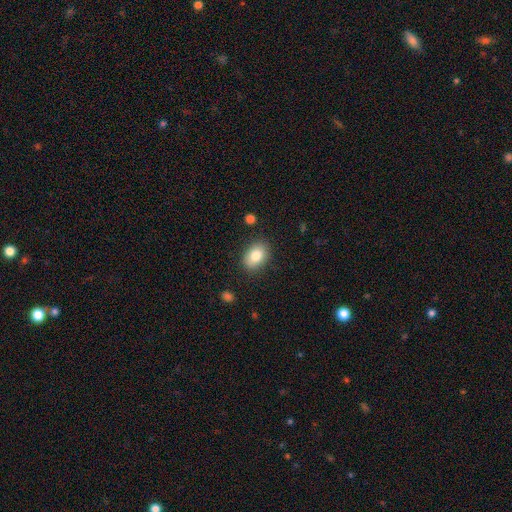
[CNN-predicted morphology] smooth_or_featured: smooth (p=0.81) [alt: featured or disk p=0.11]
how_rounded: in between (p=0.78) [alt: round p=0.21]
merging: none (p=0.85) [alt: minor disturbance p=0.11]